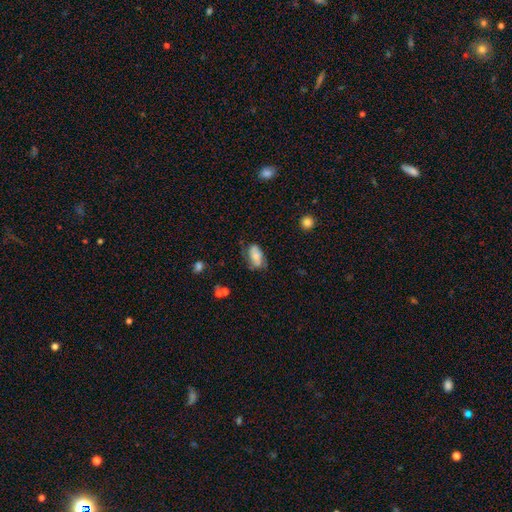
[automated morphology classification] type=smooth (58%); roundness=in between (91%); merging=none (53%).